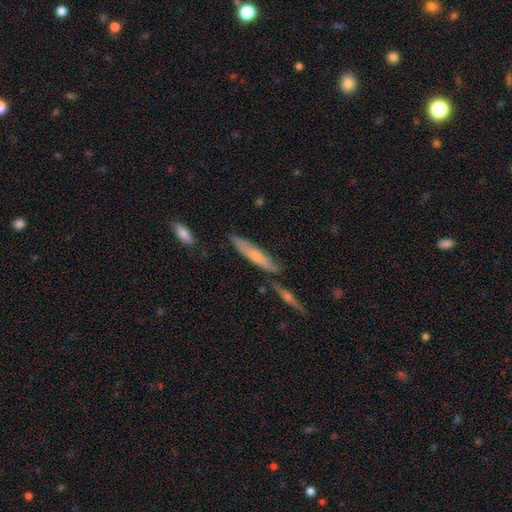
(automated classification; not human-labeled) A smooth galaxy with no disk features (50%) that is cigar-shaped (82%). Merging: none (68%).